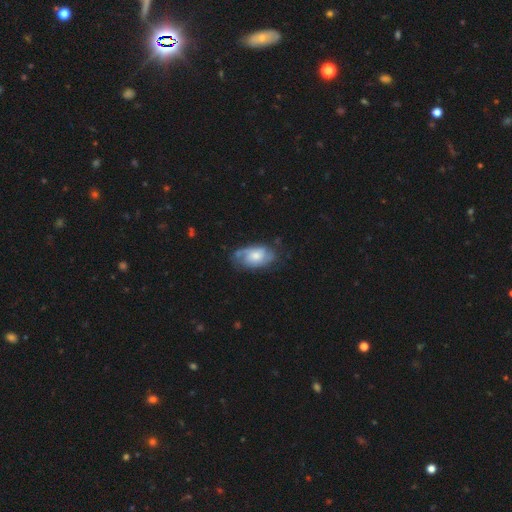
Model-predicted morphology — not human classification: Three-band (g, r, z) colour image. It shows a featured or disk galaxy (61%) with no bar (72%), spiral arms (83%) and a moderate central bulge (47%). Merging: none (59%).